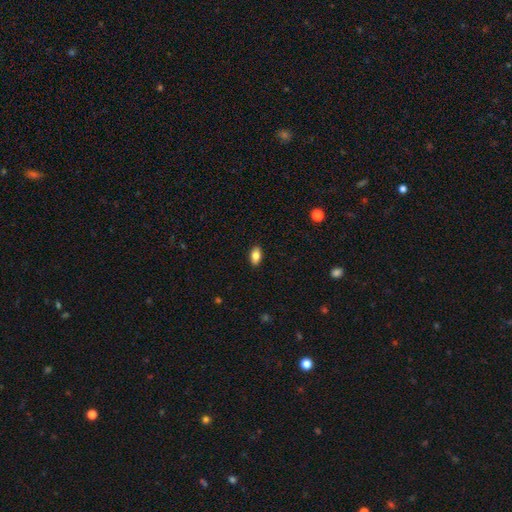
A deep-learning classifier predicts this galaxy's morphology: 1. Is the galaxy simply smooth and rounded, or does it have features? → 82% smooth, 10% featured or disk, 8% star or artifact.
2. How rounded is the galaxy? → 91% in between, 6% round, 3% cigar-shaped.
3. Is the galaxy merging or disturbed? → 90% none, 8% minor disturbance, 2% major disturbance, 1% merger.